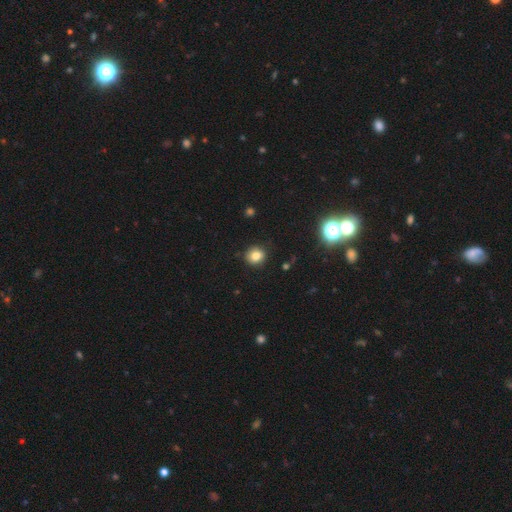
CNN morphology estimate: Smooth or featured? smooth (80%)
How rounded? round (86%)
Merging? none (88%)